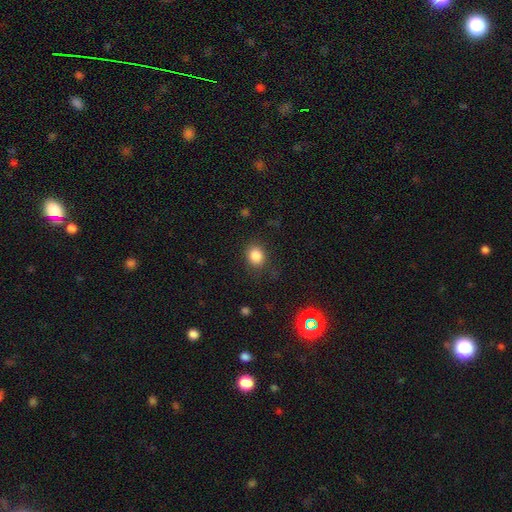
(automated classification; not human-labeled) Smooth or featured? smooth (84%)
How rounded? round (65%)
Merging? none (80%)